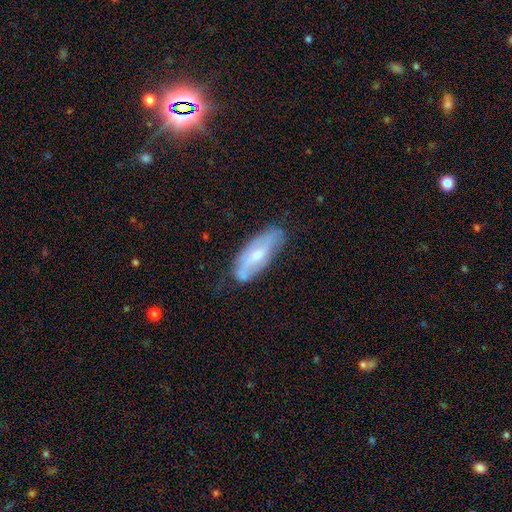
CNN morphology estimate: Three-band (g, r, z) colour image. It shows a featured or disk galaxy (57%). Merging: none (69%).